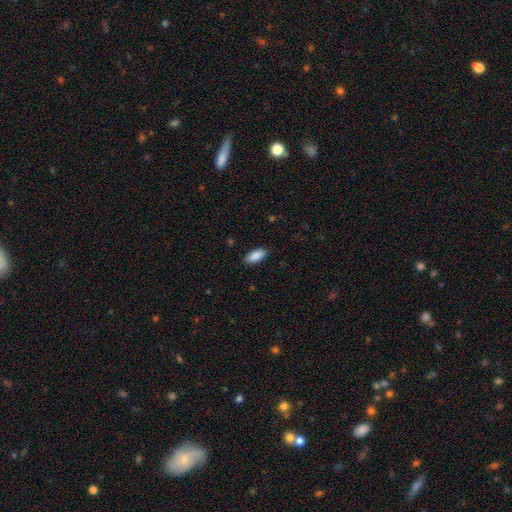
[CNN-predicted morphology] Q: Smooth or featured?
A: smooth (90%); runner-up: star or artifact (6%)
Q: How rounded?
A: in between (89%); runner-up: cigar-shaped (10%)
Q: Merging?
A: none (88%); runner-up: minor disturbance (9%)